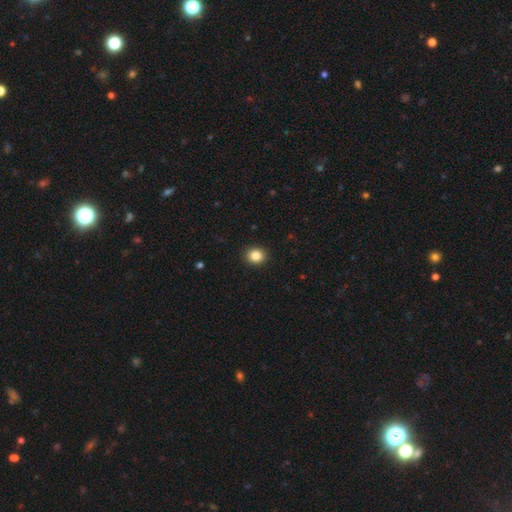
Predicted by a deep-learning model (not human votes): This appears to be a smooth galaxy with no disk features (85%) that is round (78%). Merging: none (92%).